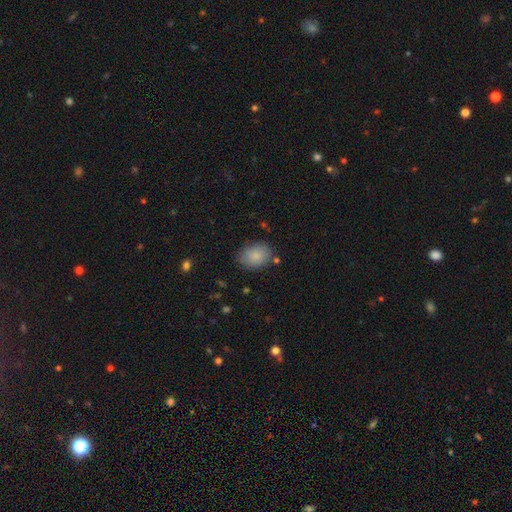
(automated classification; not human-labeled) smooth-or-featured: smooth: 86% | star or artifact: 8% | featured or disk: 7%
  how-rounded: in between: 69% | round: 30% | cigar-shaped: 1%
  merging: none: 79% | minor disturbance: 15% | major disturbance: 4% | merger: 3%